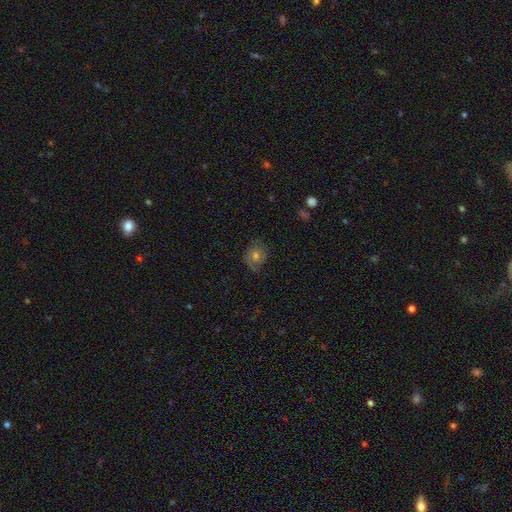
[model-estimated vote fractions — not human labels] smooth 47%, featured or disk 38%, star or artifact 15%. Down the decision tree: merging — none (72%).